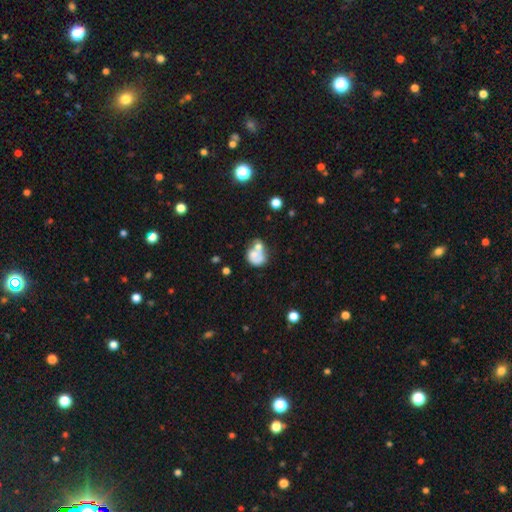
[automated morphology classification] Smooth or featured? Predicted: smooth (p=0.55). How rounded? Predicted: round (p=0.50). Merging? Predicted: merger (p=0.52).